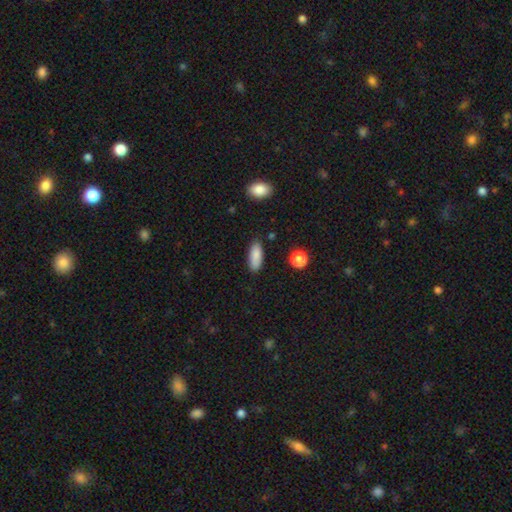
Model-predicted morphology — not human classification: smooth-or-featured: smooth: 87% | star or artifact: 7% | featured or disk: 6%
  how-rounded: in between: 74% | cigar-shaped: 24% | round: 2%
  merging: none: 84% | minor disturbance: 12% | major disturbance: 3% | merger: 2%